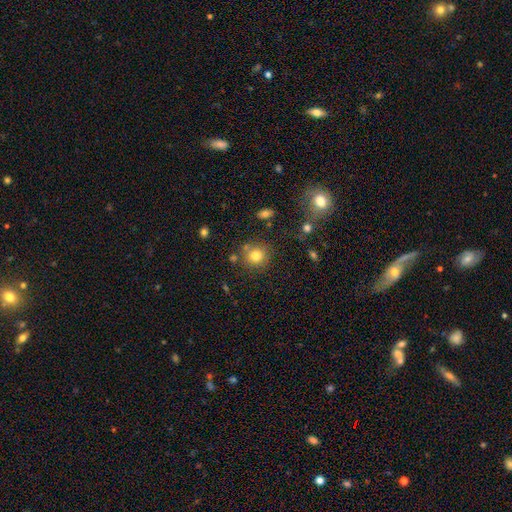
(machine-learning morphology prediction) Smooth or featured: smooth — 78% (star or artifact — 13%)
How rounded: round — 89% (in between — 10%)
Merging: none — 78% (minor disturbance — 10%)